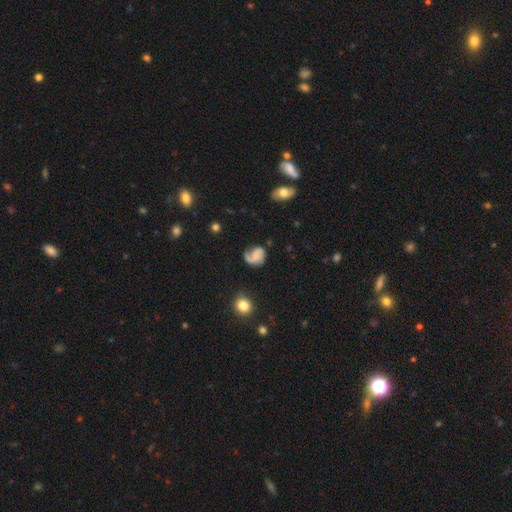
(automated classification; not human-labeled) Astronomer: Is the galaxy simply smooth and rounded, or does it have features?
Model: featured or disk — 61%.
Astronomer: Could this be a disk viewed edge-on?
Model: no — 98%.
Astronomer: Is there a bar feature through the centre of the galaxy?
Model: no — 65%.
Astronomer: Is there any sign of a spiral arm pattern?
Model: yes — 91%.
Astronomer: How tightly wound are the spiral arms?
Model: medium — 40% (runner-up: loose, 34%).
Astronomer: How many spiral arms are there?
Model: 2 — 48% (runner-up: 1, 43%).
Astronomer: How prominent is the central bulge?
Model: none — 62%.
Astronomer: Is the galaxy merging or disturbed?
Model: none — 53%.